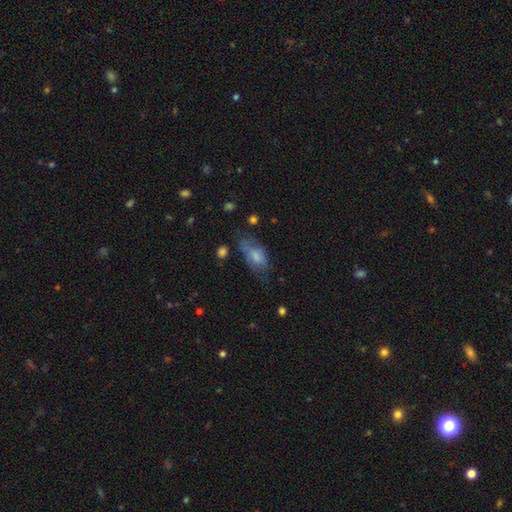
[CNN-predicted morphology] smooth_or_featured: smooth (p=0.65) [alt: featured or disk p=0.27]
how_rounded: in between (p=0.88) [alt: cigar-shaped p=0.09]
merging: none (p=0.44) [alt: minor disturbance p=0.30]